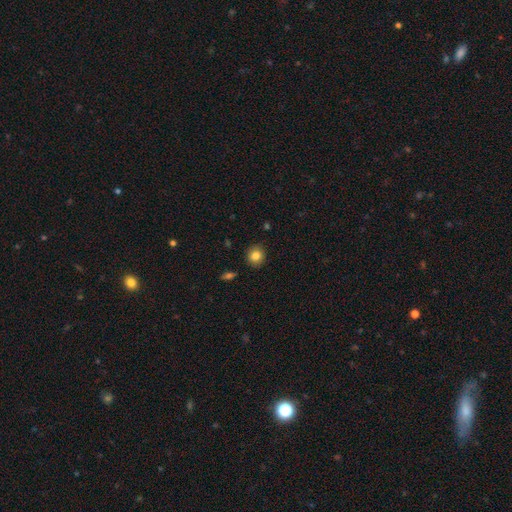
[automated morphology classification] A smooth galaxy with no disk features (83%) that is round (88%).

Vote fractions:
- Smooth or featured? smooth: 83% / star or artifact: 10% / featured or disk: 7%
- How rounded? round: 88% / in between: 11% / cigar-shaped: 1%
- Merging? none: 89% / minor disturbance: 7% / major disturbance: 2% / merger: 1%